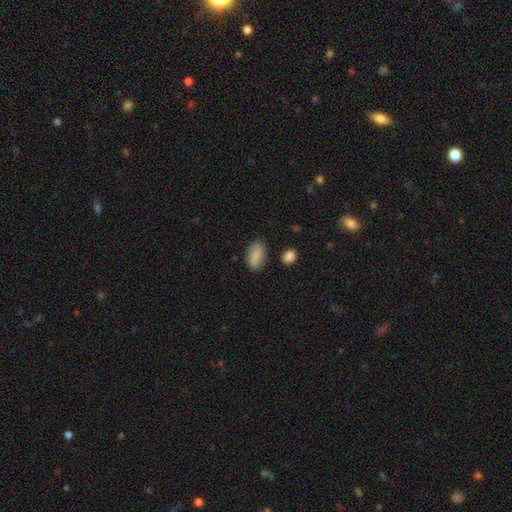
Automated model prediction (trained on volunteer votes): This is clearly a smooth galaxy (83%). How rounded: clearly in between (92%). Merging: likely none (76%).